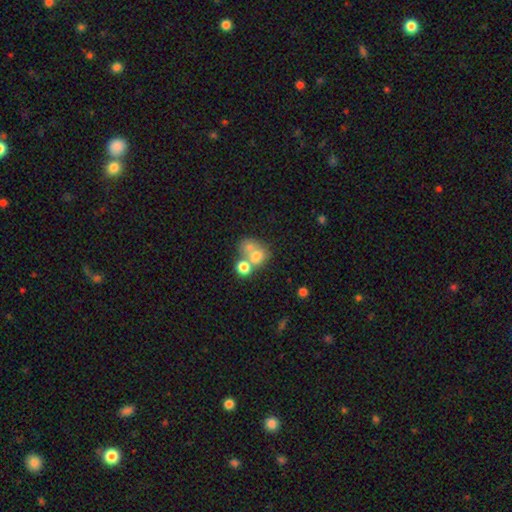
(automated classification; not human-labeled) Smooth or featured?
  - smooth: 66% *
  - featured or disk: 21%
  - star or artifact: 13%
How rounded?
  - round: 64% *
  - in between: 35%
  - cigar-shaped: 1%
Merging?
  - merger: 56% *
  - none: 29%
  - minor disturbance: 8%
  - major disturbance: 6%